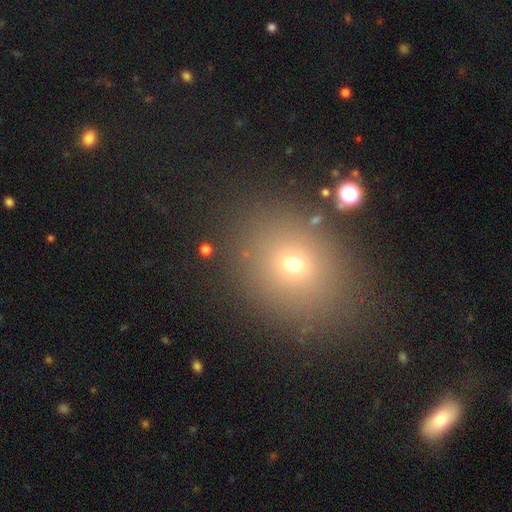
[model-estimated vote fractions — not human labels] Smooth or featured?
  - smooth: 64% *
  - star or artifact: 25%
  - featured or disk: 11%
How rounded?
  - round: 52% *
  - in between: 47%
  - cigar-shaped: 1%
Merging?
  - none: 86% *
  - minor disturbance: 8%
  - major disturbance: 3%
  - merger: 3%